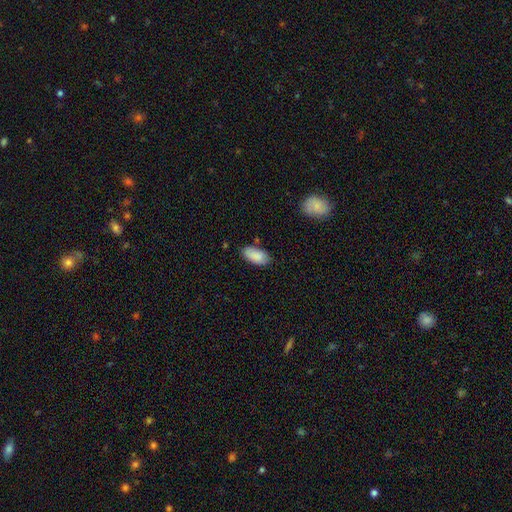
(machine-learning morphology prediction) type=smooth (87%); roundness=in between (93%); merging=none (73%).